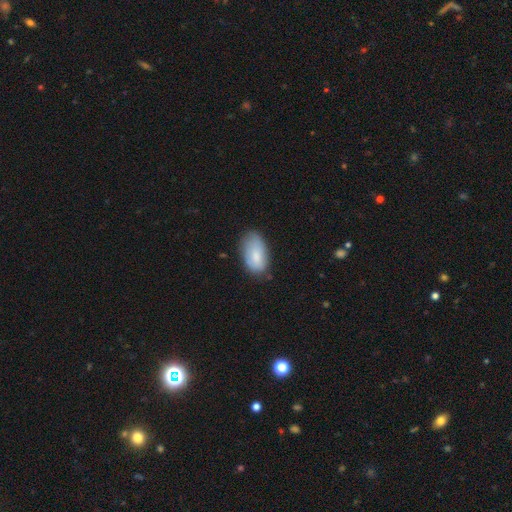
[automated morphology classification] A smooth galaxy with no disk features (81%) that is in between round and cigar-shaped (94%).

Vote fractions:
- Smooth or featured? smooth: 81% / featured or disk: 13% / star or artifact: 6%
- How rounded? in between: 94% / round: 4% / cigar-shaped: 2%
- Merging? none: 64% / minor disturbance: 28% / major disturbance: 6% / merger: 2%